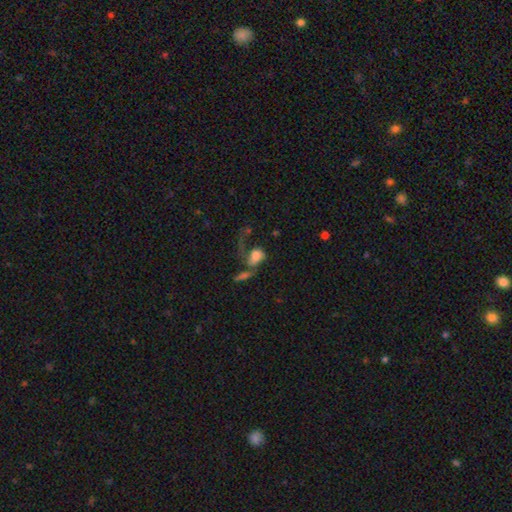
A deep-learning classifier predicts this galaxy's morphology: Smooth or featured? smooth (51%)
How rounded? in between (68%)
Merging? major disturbance (38%)